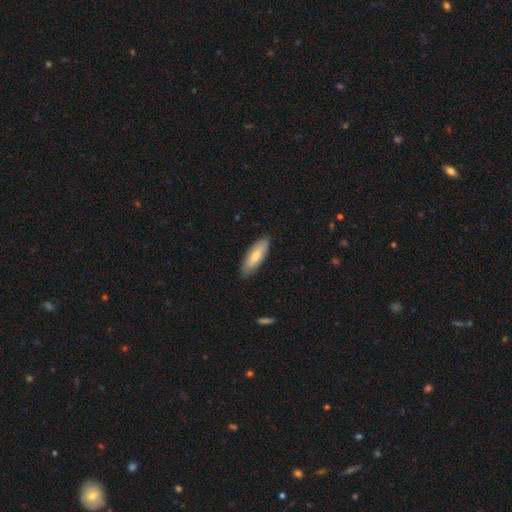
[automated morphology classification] Overall: smooth (74%). How rounded: in between (58%; cigar-shaped 41%). Merging: none (84%).